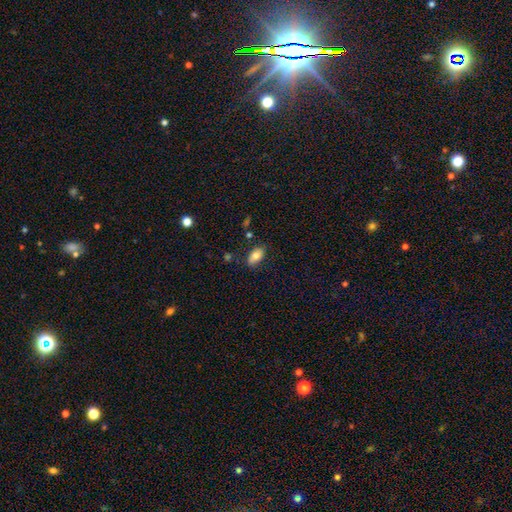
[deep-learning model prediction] smooth 77%, featured or disk 15%, star or artifact 8%. Down the decision tree: how rounded — in between (92%); merging — none (79%).